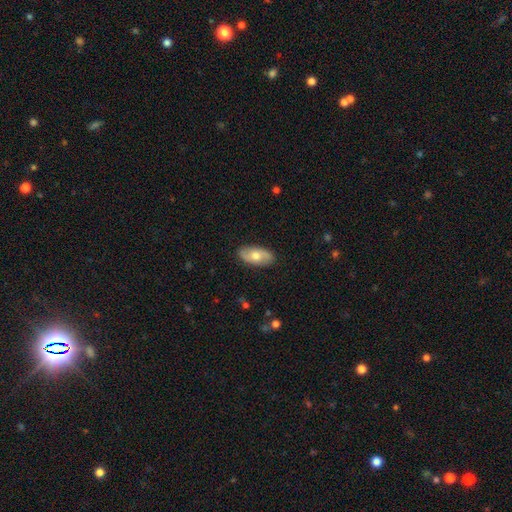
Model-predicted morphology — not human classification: A smooth galaxy with no disk features (49%). Merging: none (87%).